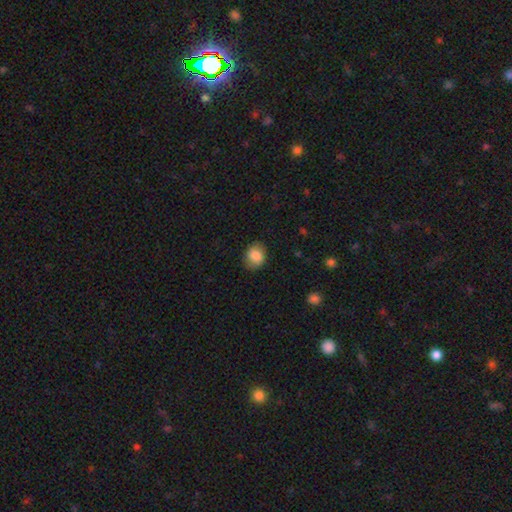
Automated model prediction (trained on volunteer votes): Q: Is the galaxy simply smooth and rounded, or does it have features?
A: smooth — 81%.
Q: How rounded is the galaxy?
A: round — 51%.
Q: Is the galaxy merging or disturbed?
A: none — 77%.